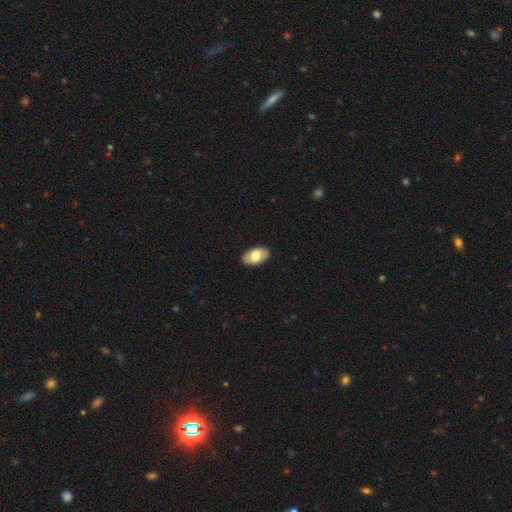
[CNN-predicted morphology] This is likely a smooth galaxy (70%). How rounded: clearly in between (94%). Merging: clearly none (89%).